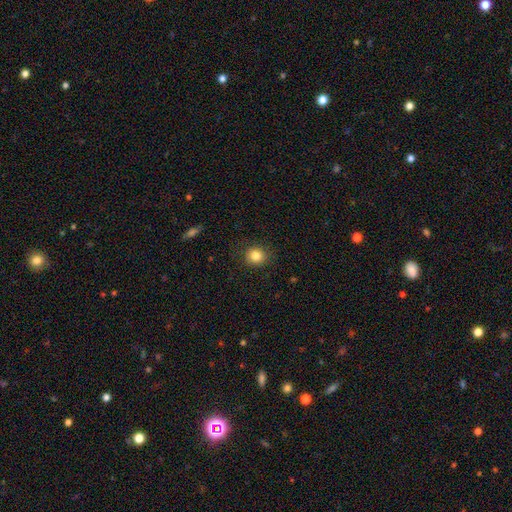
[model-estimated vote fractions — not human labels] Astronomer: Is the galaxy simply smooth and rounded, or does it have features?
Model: smooth — 84%.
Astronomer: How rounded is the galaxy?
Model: round — 85%.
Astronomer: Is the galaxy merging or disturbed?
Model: none — 87%.